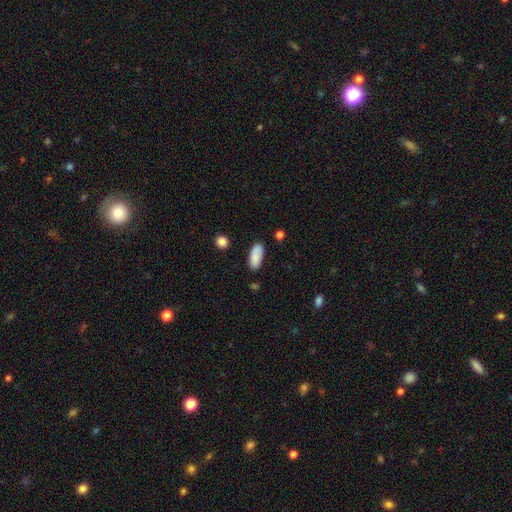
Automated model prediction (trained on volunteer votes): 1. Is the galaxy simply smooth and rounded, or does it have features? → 86% smooth, 7% featured or disk, 7% star or artifact.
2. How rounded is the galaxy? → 84% in between, 13% cigar-shaped, 2% round.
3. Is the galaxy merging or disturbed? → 78% none, 15% minor disturbance, 3% merger, 3% major disturbance.